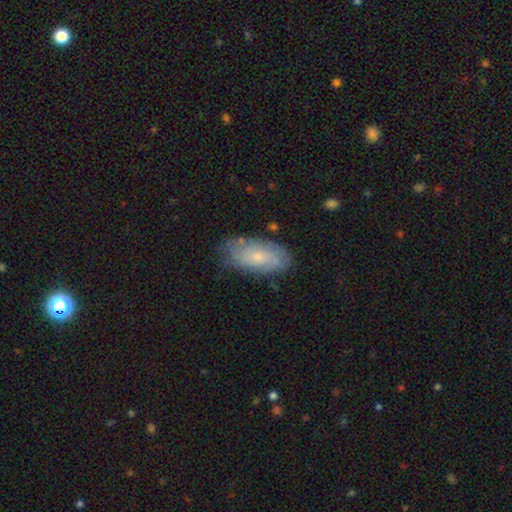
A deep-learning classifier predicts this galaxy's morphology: This is possibly a featured or disk galaxy (47%). Merging: likely none (73%).